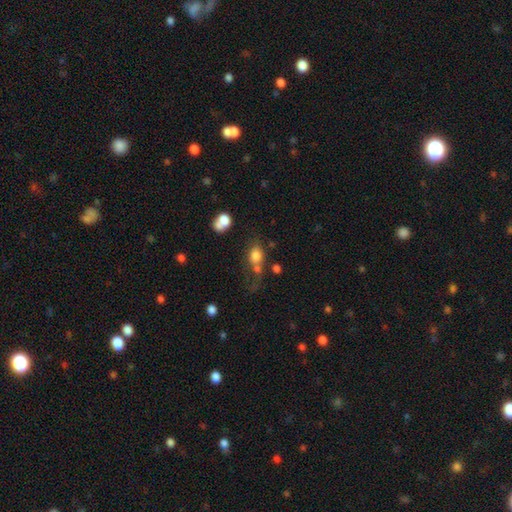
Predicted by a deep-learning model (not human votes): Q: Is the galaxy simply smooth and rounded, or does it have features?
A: smooth — 77%.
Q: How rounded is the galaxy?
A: in between — 56%.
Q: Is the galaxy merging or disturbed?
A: none — 43%.